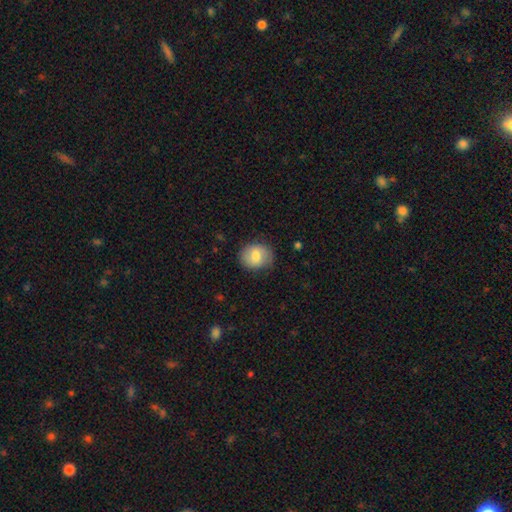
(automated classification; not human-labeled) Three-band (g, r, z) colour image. It shows a smooth galaxy with no disk features (71%) that is round (66%). Merging: none (80%).